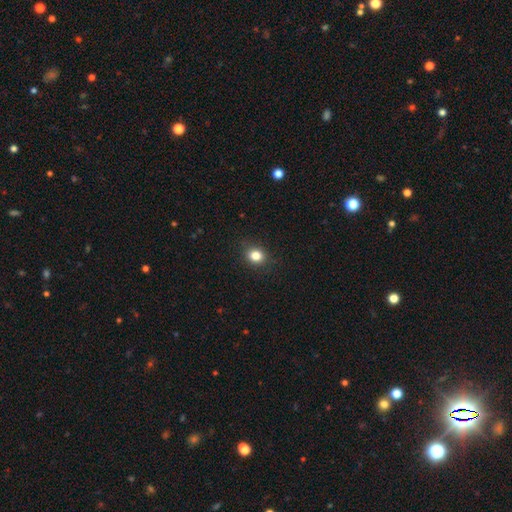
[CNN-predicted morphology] Smooth or featured?
  - smooth: 82% *
  - star or artifact: 12%
  - featured or disk: 6%
How rounded?
  - round: 64% *
  - in between: 35%
  - cigar-shaped: 1%
Merging?
  - none: 87% *
  - minor disturbance: 9%
  - major disturbance: 2%
  - merger: 1%